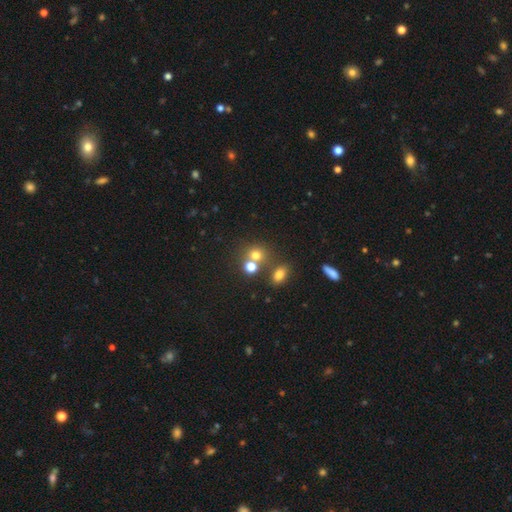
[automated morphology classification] This is likely a smooth galaxy (71%). How rounded: likely round (78%). Merging: possibly none (54%).